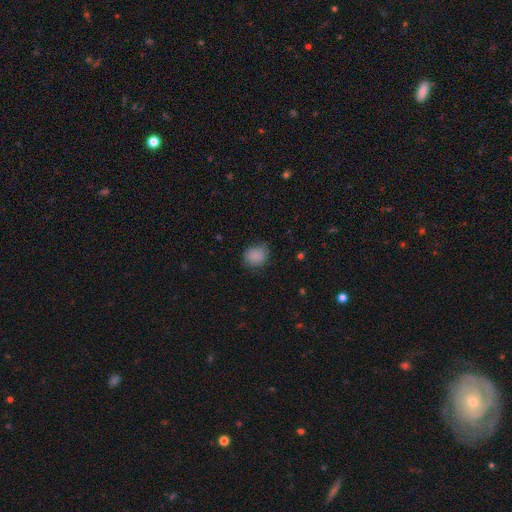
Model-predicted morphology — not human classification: A smooth galaxy with no disk features (85%) that is round (64%). Merging: none (69%).